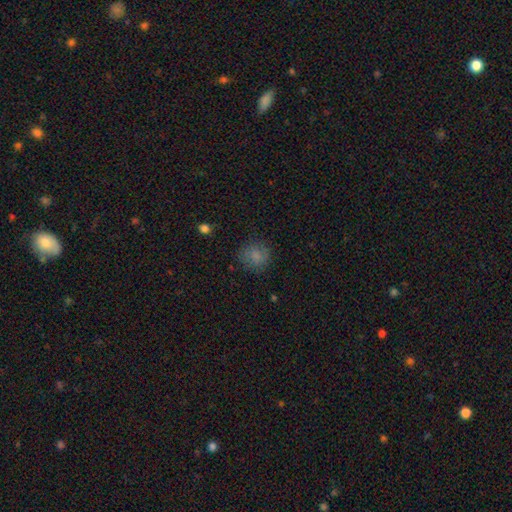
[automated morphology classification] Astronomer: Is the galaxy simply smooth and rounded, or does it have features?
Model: smooth — 79%.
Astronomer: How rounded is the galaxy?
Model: round — 85%.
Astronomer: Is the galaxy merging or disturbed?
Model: none — 78%.